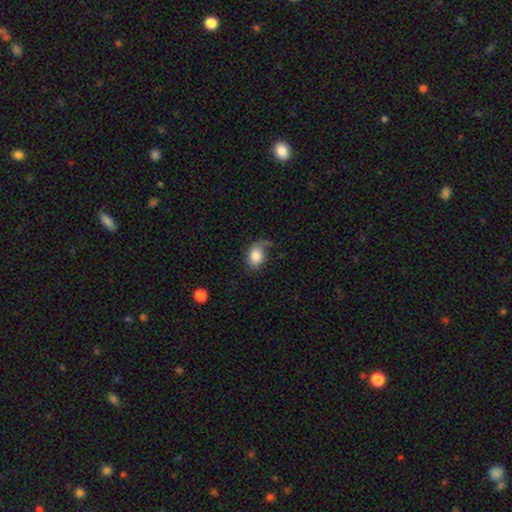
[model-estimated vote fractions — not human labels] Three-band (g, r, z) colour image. It shows a smooth galaxy with no disk features (79%) that is in between round and cigar-shaped (66%). Merging: none (42%).